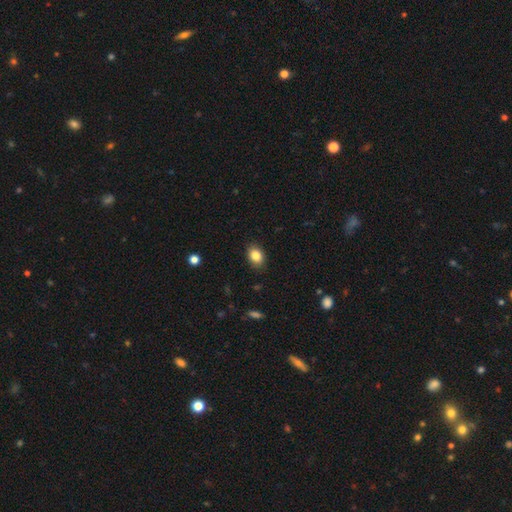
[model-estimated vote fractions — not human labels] smooth 85%, star or artifact 9%, featured or disk 6%. Down the decision tree: how rounded — in between (72%); merging — none (87%).